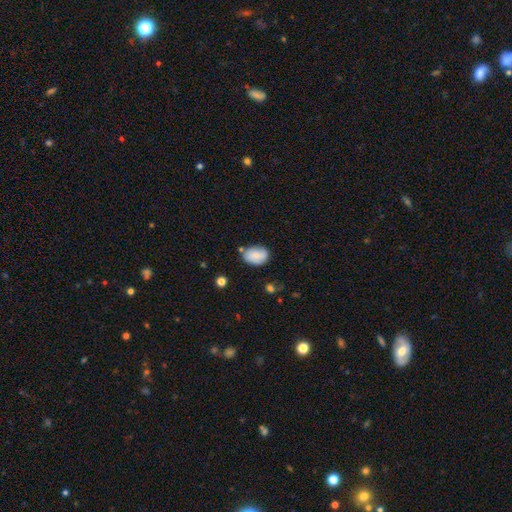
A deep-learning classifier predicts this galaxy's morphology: A smooth galaxy with no disk features (80%) that is in between round and cigar-shaped (81%). Merging: none (64%).